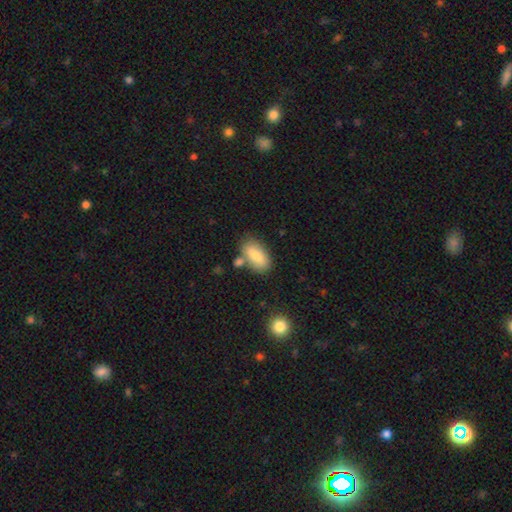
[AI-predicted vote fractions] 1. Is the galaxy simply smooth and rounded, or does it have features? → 77% smooth, 16% featured or disk, 7% star or artifact.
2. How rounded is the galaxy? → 90% in between, 6% cigar-shaped, 4% round.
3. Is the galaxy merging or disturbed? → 70% none, 15% minor disturbance, 12% merger, 4% major disturbance.